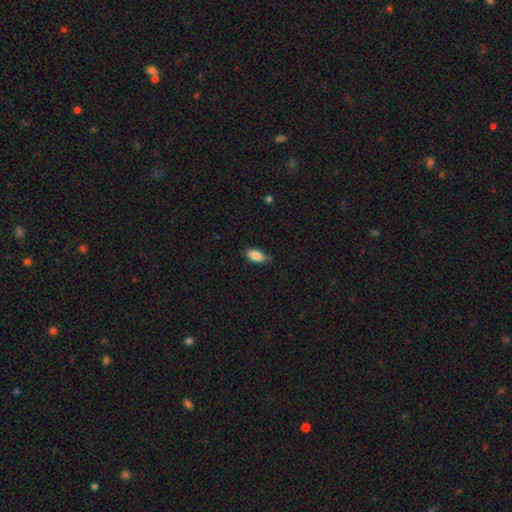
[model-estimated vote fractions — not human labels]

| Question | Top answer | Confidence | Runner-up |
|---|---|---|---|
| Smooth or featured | smooth | 85% | featured or disk (9%) |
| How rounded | in between | 90% | cigar-shaped (7%) |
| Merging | none | 77% | minor disturbance (19%) |